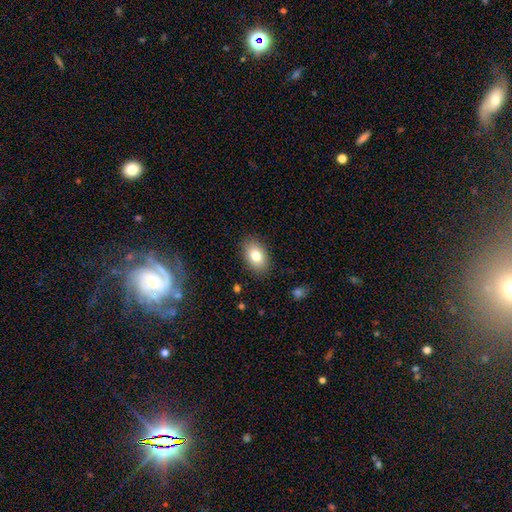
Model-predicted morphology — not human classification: Smooth or featured: smooth — 81% (featured or disk — 11%)
How rounded: in between — 87% (round — 12%)
Merging: none — 87% (minor disturbance — 10%)